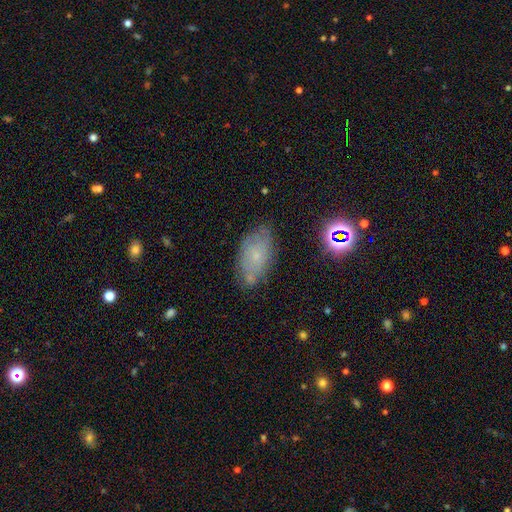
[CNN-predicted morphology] Smooth or featured? smooth (51%)
How rounded? in between (91%)
Merging? none (65%)